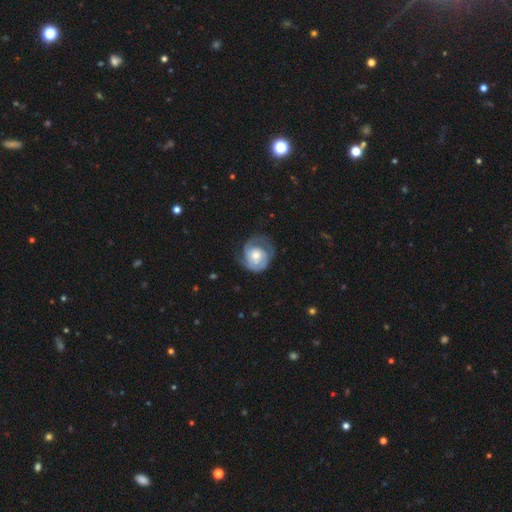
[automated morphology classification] type=featured or disk (78%); edge-on=no (98%); bar=no (75%); spiral arms=yes (93%); winding=tight (62%); arm count=2 (55%); bulge=moderate (61%); merging=none (62%).